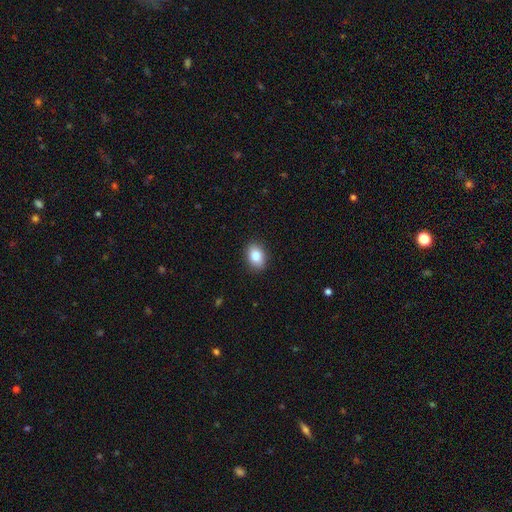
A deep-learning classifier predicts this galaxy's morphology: smooth 86%, star or artifact 8%, featured or disk 6%. Down the decision tree: how rounded — in between (79%); merging — none (88%).